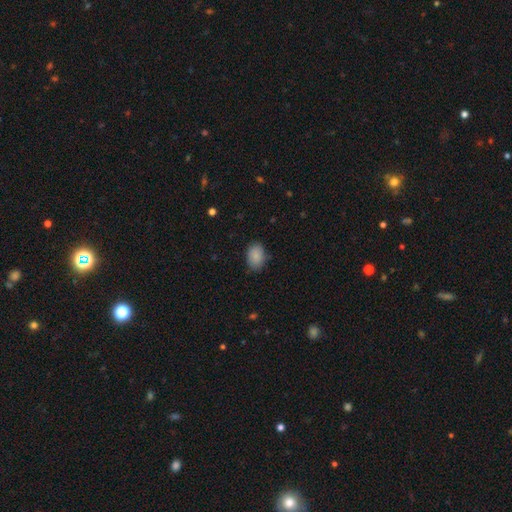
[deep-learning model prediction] Overall: smooth (88%). How rounded: in between (79%). Merging: none (82%).